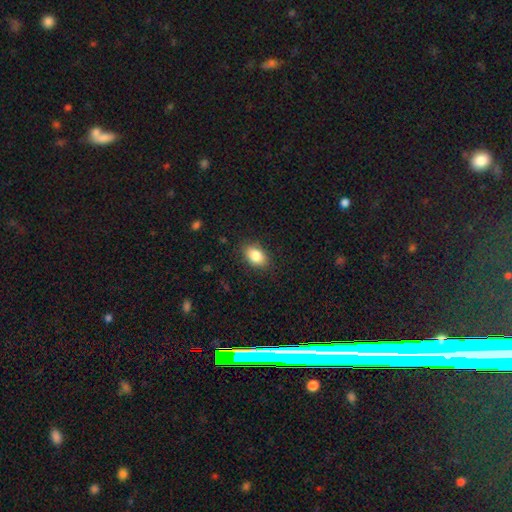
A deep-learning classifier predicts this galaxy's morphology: type=smooth (84%); roundness=in between (84%); merging=none (85%).